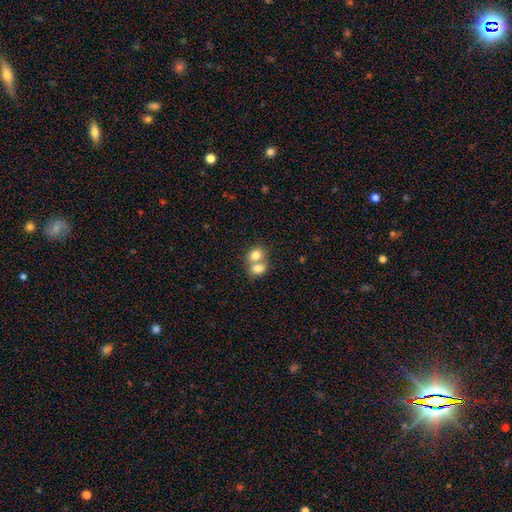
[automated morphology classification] A smooth galaxy with no disk features (77%) that is round (54%). Merging: merger (69%).